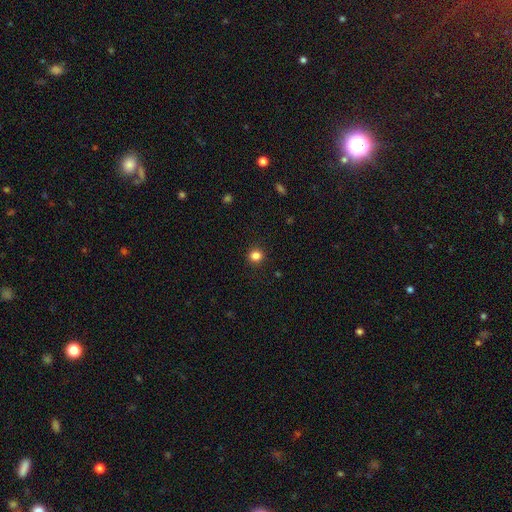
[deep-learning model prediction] This is clearly a smooth galaxy (84%). How rounded: clearly round (84%). Merging: clearly none (90%).